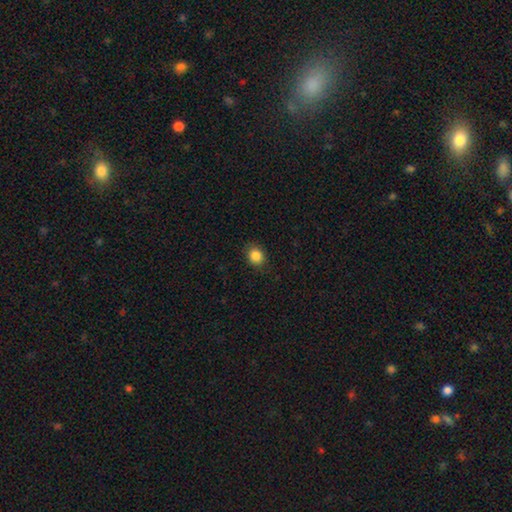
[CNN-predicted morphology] A smooth galaxy with no disk features (86%) that is round (64%). Merging: none (88%).